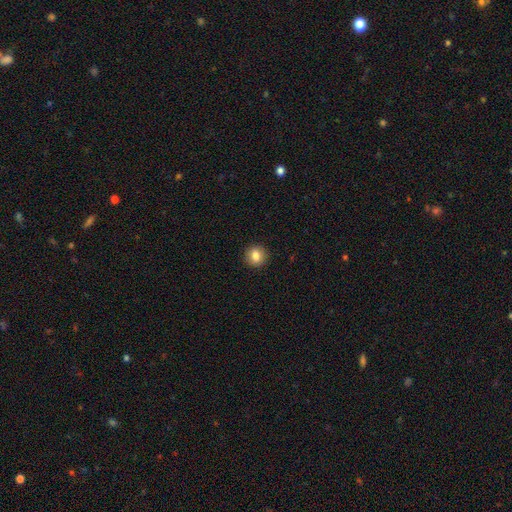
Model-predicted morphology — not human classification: Smooth or featured? Predicted: smooth (p=0.83). How rounded? Predicted: round (p=0.84). Merging? Predicted: none (p=0.91).